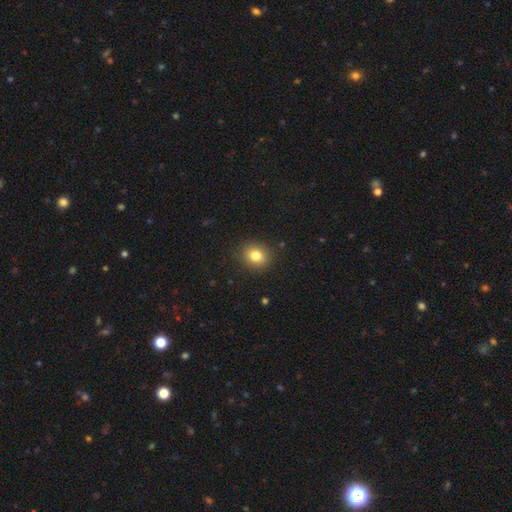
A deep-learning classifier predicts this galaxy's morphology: Smooth or featured?
  - smooth: 81% *
  - star or artifact: 11%
  - featured or disk: 7%
How rounded?
  - round: 69% *
  - in between: 30%
  - cigar-shaped: 1%
Merging?
  - none: 88% *
  - minor disturbance: 8%
  - major disturbance: 3%
  - merger: 1%